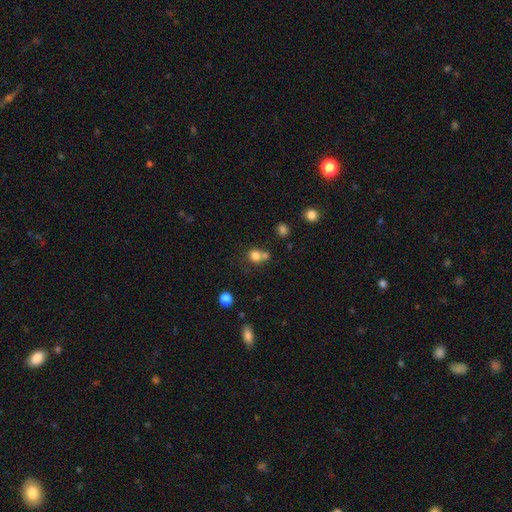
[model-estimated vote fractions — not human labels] A smooth galaxy with no disk features (78%) that is round (78%).

Vote fractions:
- Smooth or featured? smooth: 78% / star or artifact: 13% / featured or disk: 9%
- How rounded? round: 78% / in between: 21% / cigar-shaped: 1%
- Merging? merger: 44% / none: 43% / minor disturbance: 9% / major disturbance: 4%